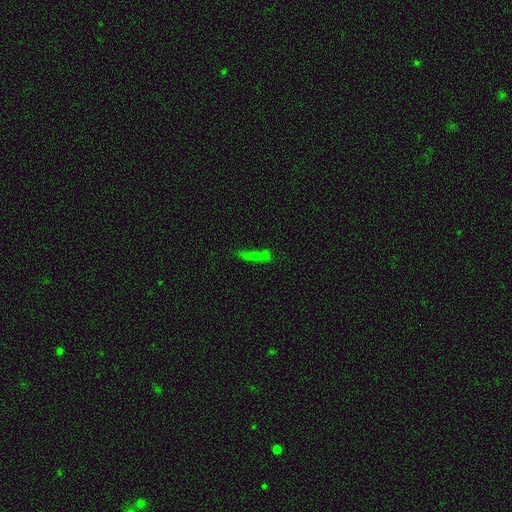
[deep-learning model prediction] smooth_or_featured: smooth (p=0.58) [alt: star or artifact p=0.22]
how_rounded: cigar-shaped (p=0.70) [alt: in between p=0.25]
merging: none (p=0.56) [alt: merger p=0.19]